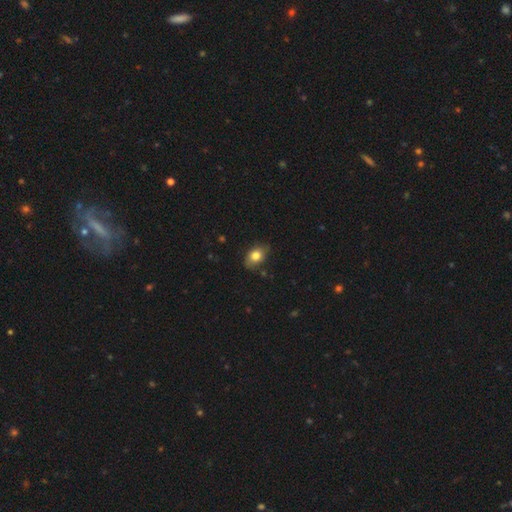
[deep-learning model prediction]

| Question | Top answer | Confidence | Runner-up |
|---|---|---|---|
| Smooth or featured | smooth | 78% | featured or disk (14%) |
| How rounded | in between | 78% | round (21%) |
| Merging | none | 72% | minor disturbance (22%) |